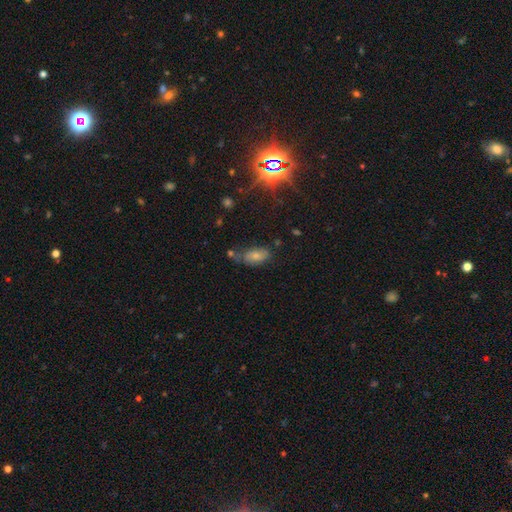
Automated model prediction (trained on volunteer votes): smooth_or_featured: smooth (p=0.71) [alt: featured or disk p=0.18]
how_rounded: in between (p=0.91) [alt: cigar-shaped p=0.05]
merging: none (p=0.51) [alt: minor disturbance p=0.28]